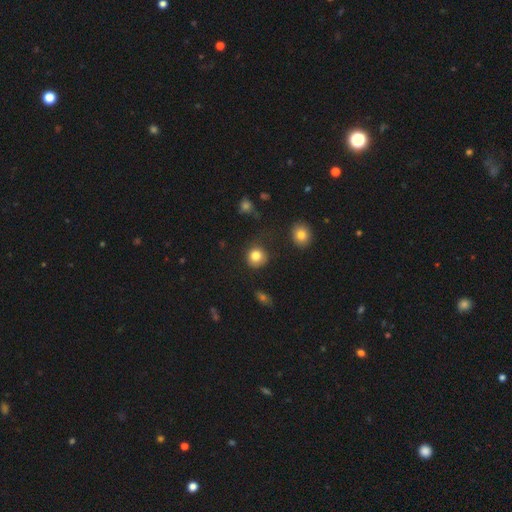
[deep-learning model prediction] Morphology: type=smooth (82%); roundness=round (89%); merging=none (76%).